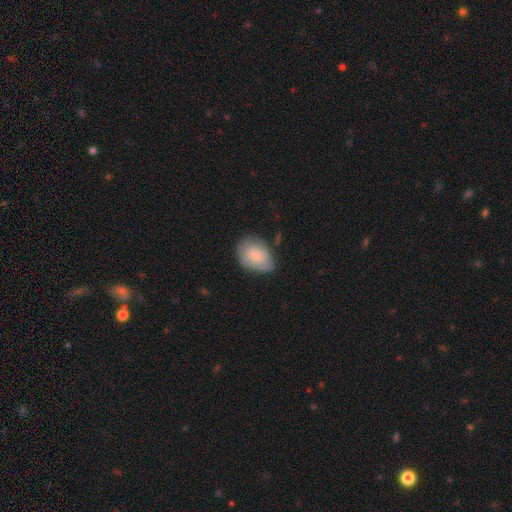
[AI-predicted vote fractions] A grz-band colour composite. It shows a smooth galaxy with no disk features (70%) that is in between round and cigar-shaped (73%). Merging: none (57%).